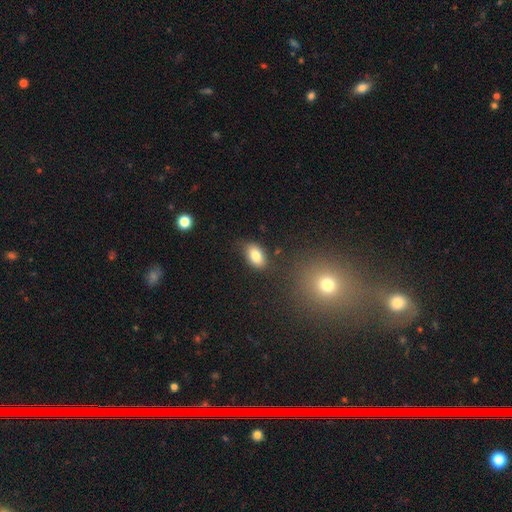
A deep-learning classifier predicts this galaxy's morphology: smooth-or-featured: smooth: 82% | featured or disk: 10% | star or artifact: 8%
  how-rounded: in between: 91% | round: 7% | cigar-shaped: 2%
  merging: none: 77% | minor disturbance: 16% | major disturbance: 4% | merger: 4%